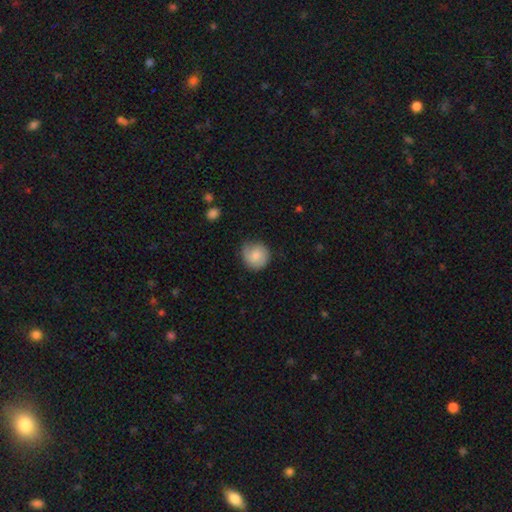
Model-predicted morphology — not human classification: Smooth or featured? smooth (76%)
How rounded? round (88%)
Merging? none (66%)